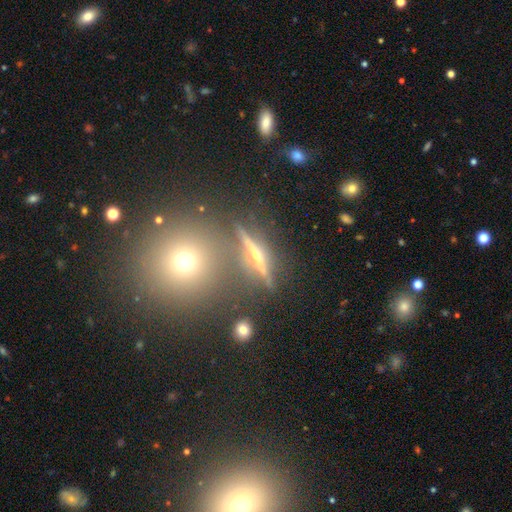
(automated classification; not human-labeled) This is possibly a featured or disk galaxy (60%). It is clearly viewed edge-on (89%). Edge-on bulge: likely rounded (79%). Merging: clearly none (81%).